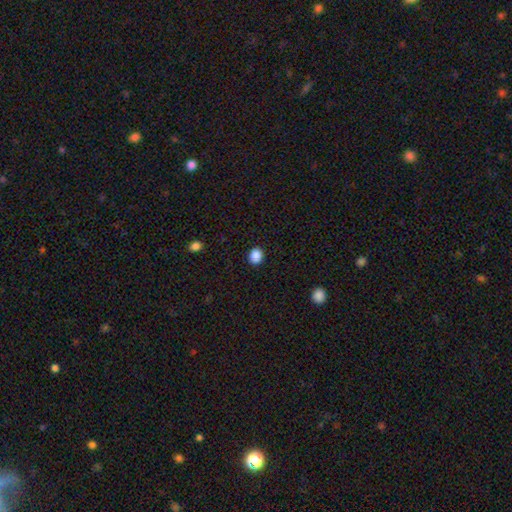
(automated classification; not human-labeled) Smooth or featured?
  - smooth: 88% *
  - star or artifact: 9%
  - featured or disk: 3%
How rounded?
  - round: 69% *
  - in between: 30%
  - cigar-shaped: 1%
Merging?
  - none: 91% *
  - minor disturbance: 6%
  - major disturbance: 2%
  - merger: 1%